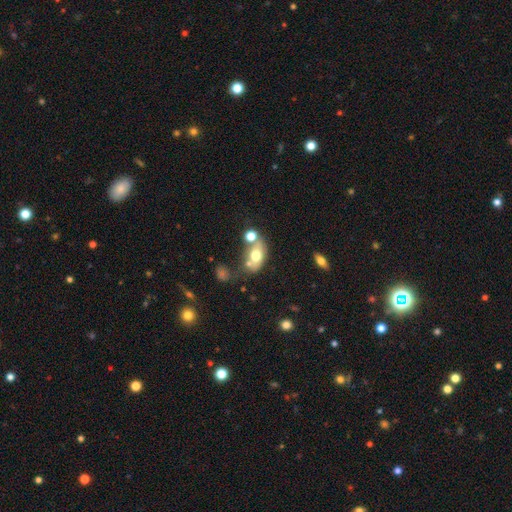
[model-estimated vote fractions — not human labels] Smooth or featured: smooth — 63% (featured or disk — 27%)
How rounded: in between — 83% (round — 14%)
Merging: none — 38% (merger — 35%)